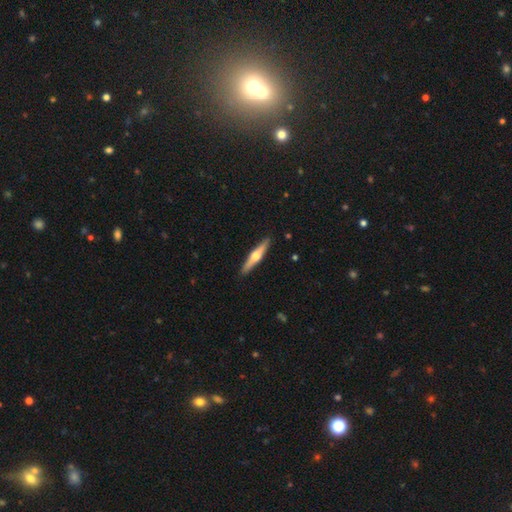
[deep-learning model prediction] smooth-or-featured: featured or disk: 65% | smooth: 30% | star or artifact: 5%
  disk-edge-on: yes: 97% | no: 3%
    edge-on-bulge: rounded: 95% | boxy: 3% | none: 3%
  merging: none: 91% | minor disturbance: 6% | major disturbance: 1% | merger: 1%